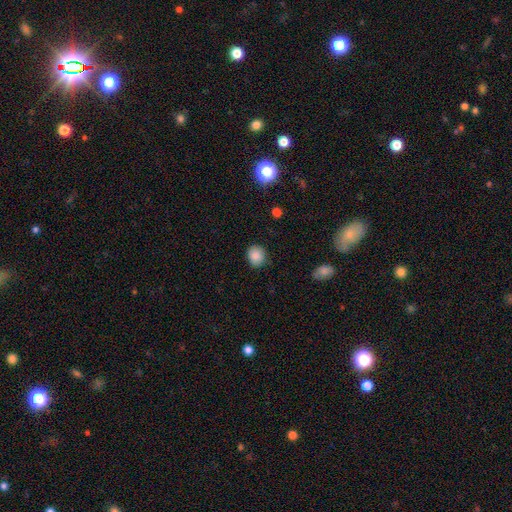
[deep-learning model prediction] A smooth galaxy with no disk features (86%) that is round (72%). Merging: none (83%).